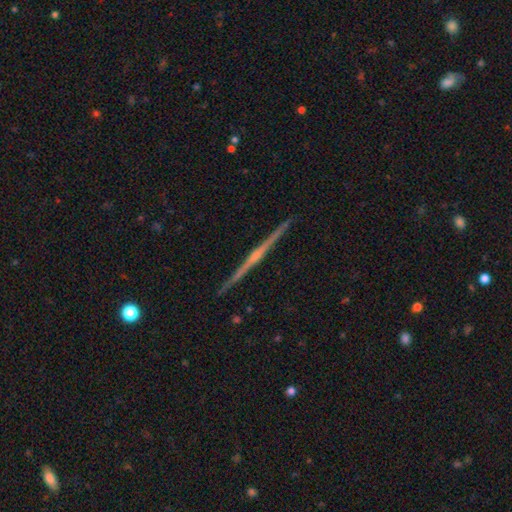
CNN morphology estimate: A featured or disk galaxy (83%) viewed edge-on (99%) with a rounded central bulge (62%). Merging: none (93%).